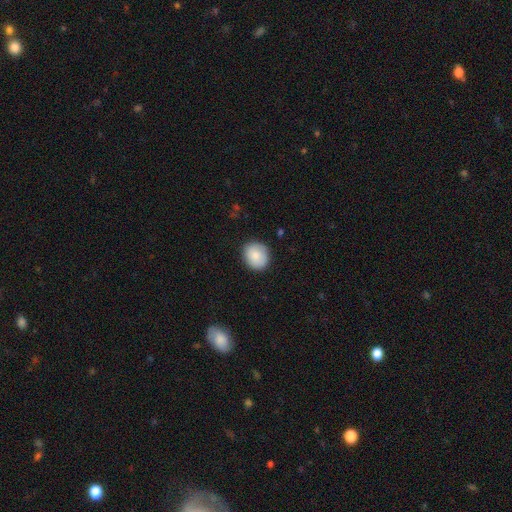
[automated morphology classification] smooth-or-featured: smooth: 85% | featured or disk: 8% | star or artifact: 7%
  how-rounded: round: 76% | in between: 23% | cigar-shaped: 1%
  merging: none: 86% | minor disturbance: 11% | major disturbance: 2% | merger: 1%